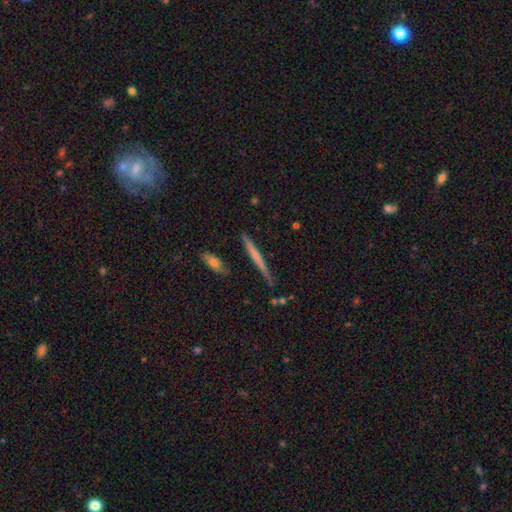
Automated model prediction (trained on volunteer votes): Morphology: type=smooth (49%); merging=none (86%).